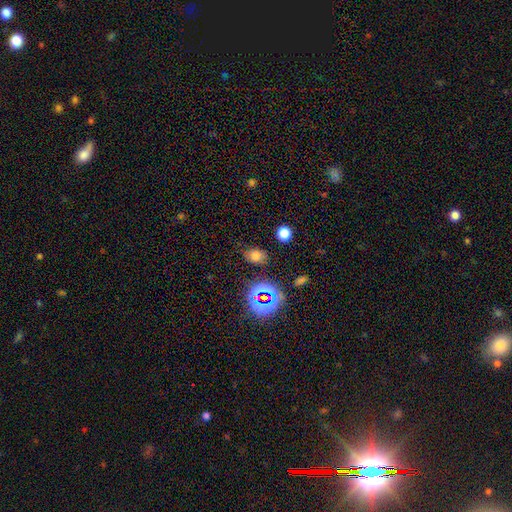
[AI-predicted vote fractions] This appears to be a smooth galaxy with no disk features (66%) that is in between round and cigar-shaped (74%). Merging: none (79%).